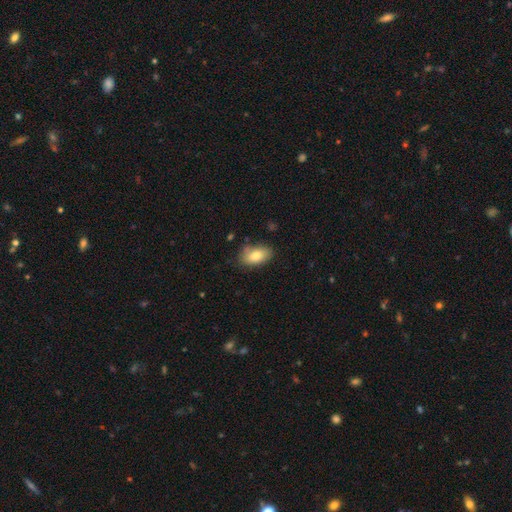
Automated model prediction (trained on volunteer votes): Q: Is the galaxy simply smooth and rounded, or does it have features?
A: smooth — 81%.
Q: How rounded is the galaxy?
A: in between — 91%.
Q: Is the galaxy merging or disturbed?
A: none — 77%.